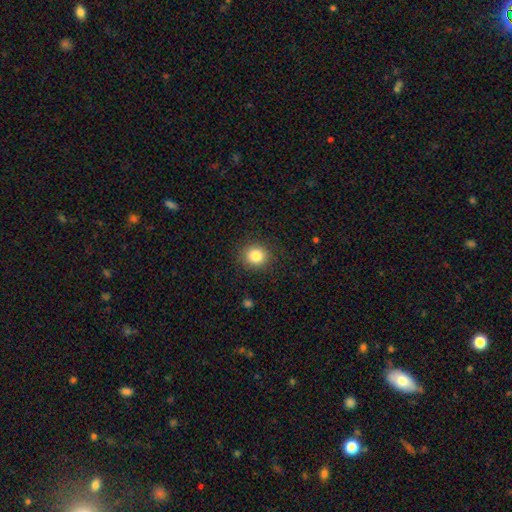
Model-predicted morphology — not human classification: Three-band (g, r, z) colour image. It shows a smooth galaxy with no disk features (84%) that is round (84%). Merging: none (89%).